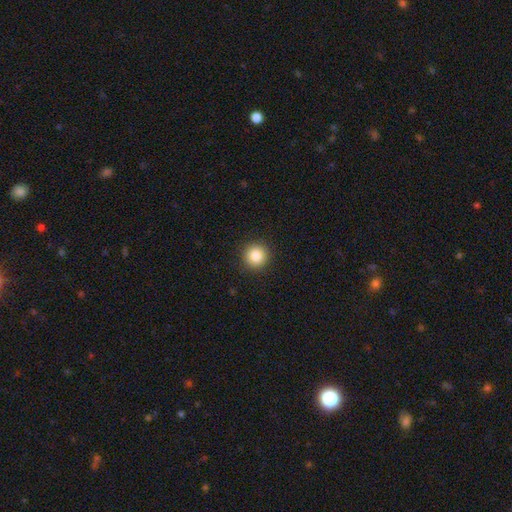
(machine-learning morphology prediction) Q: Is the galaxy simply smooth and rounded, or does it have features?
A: smooth — 85%.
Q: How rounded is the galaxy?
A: round — 95%.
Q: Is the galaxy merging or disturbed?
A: none — 92%.